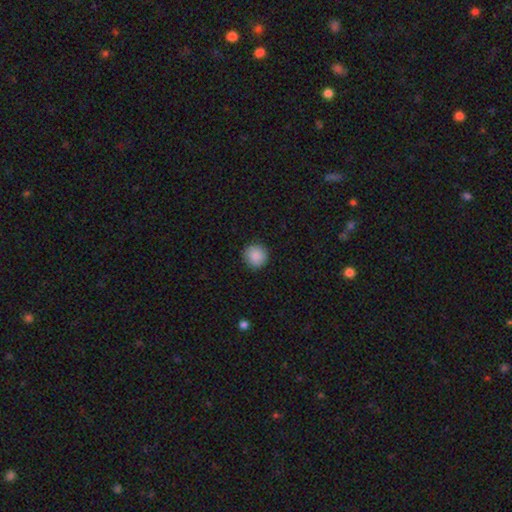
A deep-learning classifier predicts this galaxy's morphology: Smooth or featured: smooth — 89% (star or artifact — 8%)
How rounded: round — 95% (in between — 4%)
Merging: none — 90% (minor disturbance — 7%)